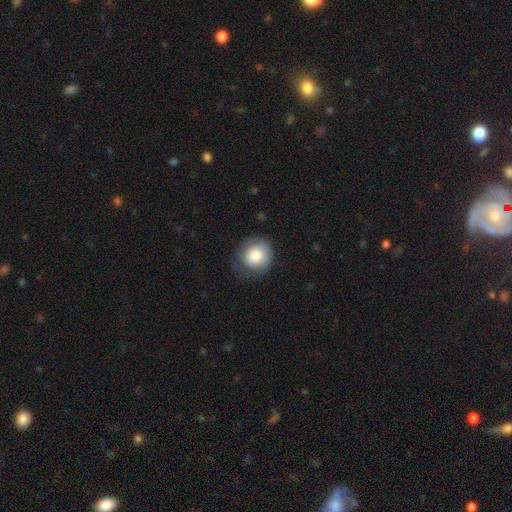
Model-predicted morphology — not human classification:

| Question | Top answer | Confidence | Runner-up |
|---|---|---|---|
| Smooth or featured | smooth | 80% | featured or disk (12%) |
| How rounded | round | 86% | in between (13%) |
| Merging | none | 67% | minor disturbance (23%) |